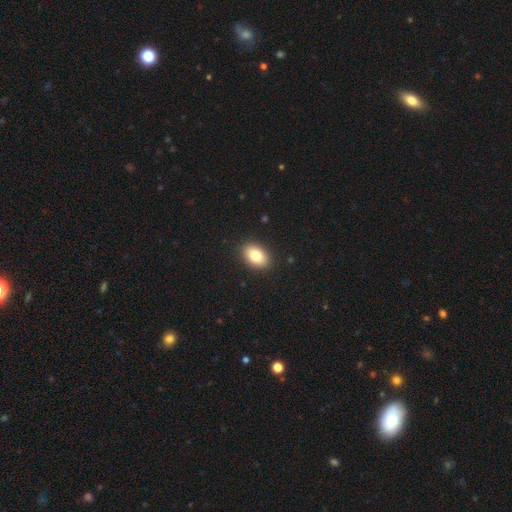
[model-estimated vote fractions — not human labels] Smooth or featured?
  - smooth: 82% *
  - featured or disk: 9%
  - star or artifact: 8%
How rounded?
  - in between: 86% *
  - round: 13%
  - cigar-shaped: 1%
Merging?
  - none: 90% *
  - minor disturbance: 7%
  - major disturbance: 2%
  - merger: 1%